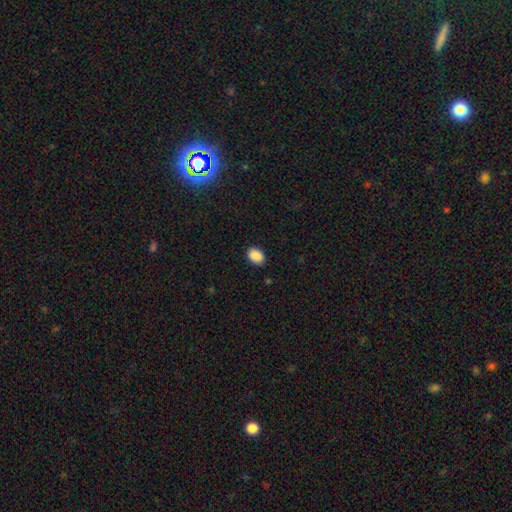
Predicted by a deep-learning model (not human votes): Smooth or featured: smooth — 90% (star or artifact — 8%)
How rounded: in between — 83% (round — 16%)
Merging: none — 88% (minor disturbance — 9%)